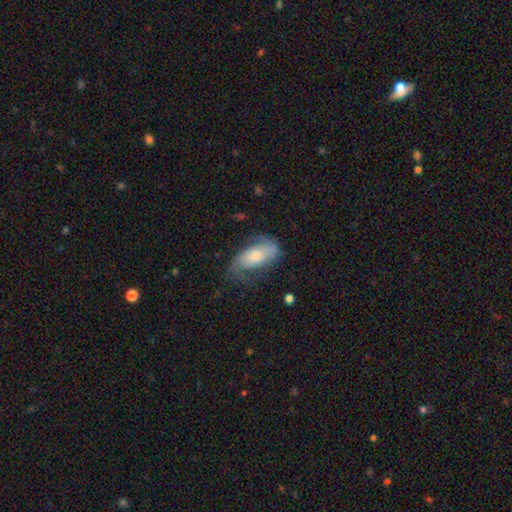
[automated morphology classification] smooth-or-featured: featured or disk: 62% | smooth: 31% | star or artifact: 7%
  disk-edge-on: no: 93% | yes: 7%
    bar: no: 62% | weak: 26% | strong: 12%
    has-spiral-arms: yes: 87% | no: 13%
    bulge-size: moderate: 46% | small: 40% | large: 9% | none: 4% | dominant: 2%
  merging: none: 57% | minor disturbance: 25% | major disturbance: 16% | merger: 2%